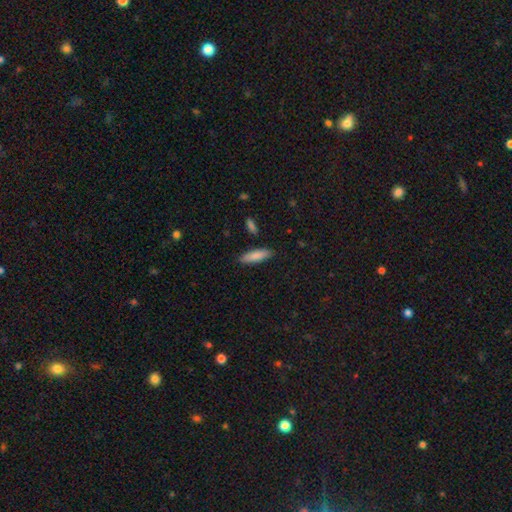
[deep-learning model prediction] Overall: smooth (84%). How rounded: cigar-shaped (53%; in between 46%). Merging: none (85%).